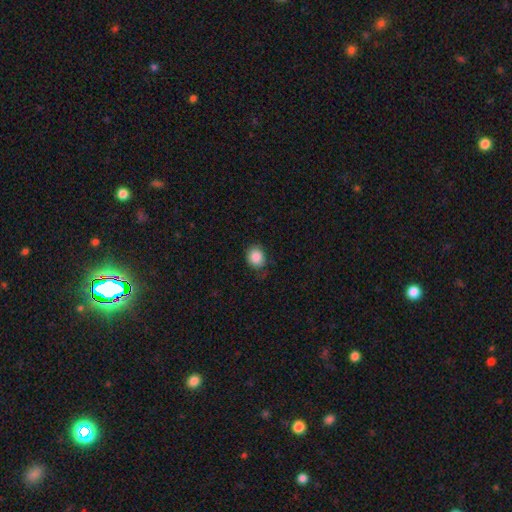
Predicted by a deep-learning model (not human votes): Overall: smooth (86%). How rounded: round (67%; in between 32%). Merging: none (74%).